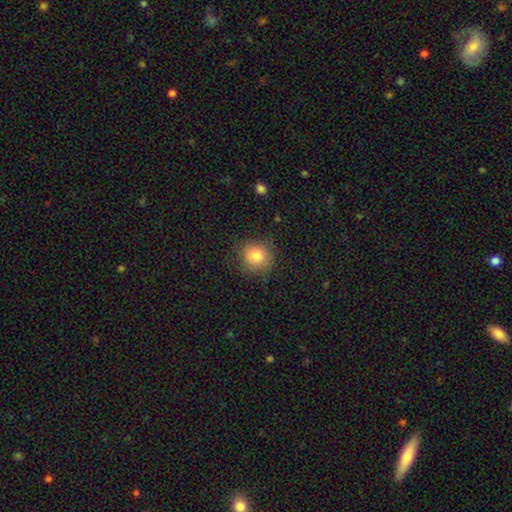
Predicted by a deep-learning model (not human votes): Overall: smooth (83%). How rounded: round (85%). Merging: none (81%).